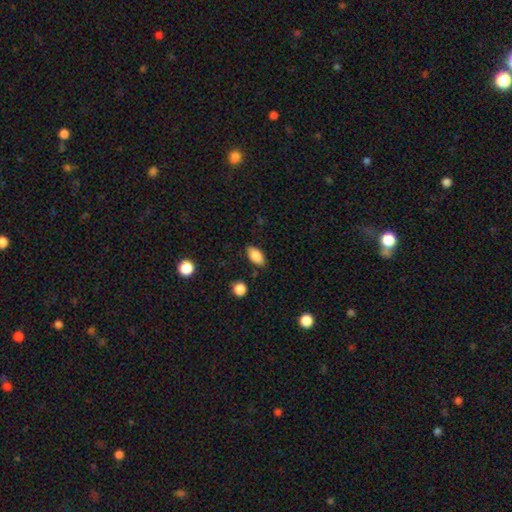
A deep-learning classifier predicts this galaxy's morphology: A smooth galaxy with no disk features (85%) that is in between round and cigar-shaped (90%). Merging: none (83%).